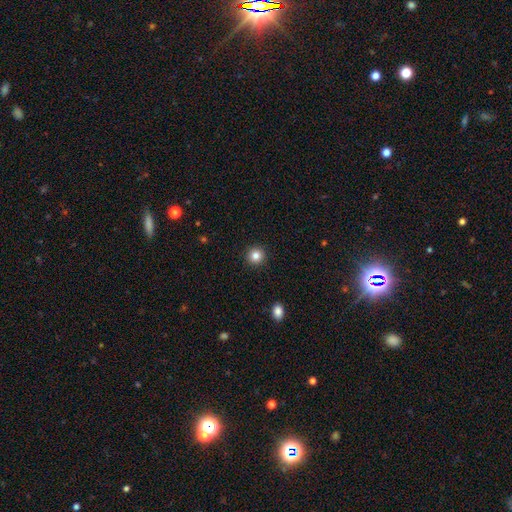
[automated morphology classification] The model was most divided on "smooth or featured": smooth: 84%, star or artifact: 11%, featured or disk: 6%. More confident: how rounded — round (94%); merging — none (93%).